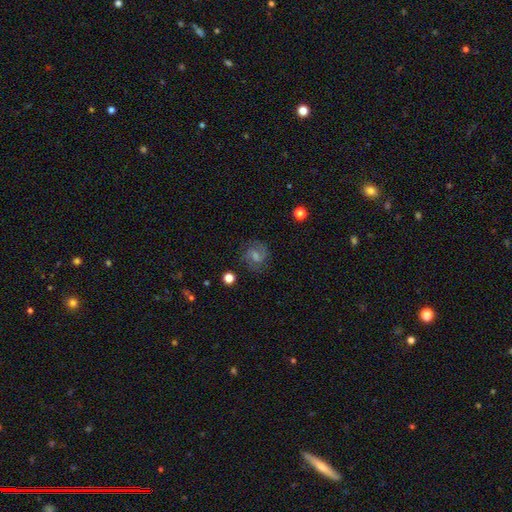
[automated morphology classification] This is likely a featured or disk galaxy (67%). It is clearly not viewed edge-on (97%). Bar: possibly weak (53%). Spiral arm pattern: clearly yes (93%). Spiral arm count: likely 2 (67%). Spiral winding: possibly medium (49%). Central bulge: marginally small (43%). Merging: clearly none (81%).